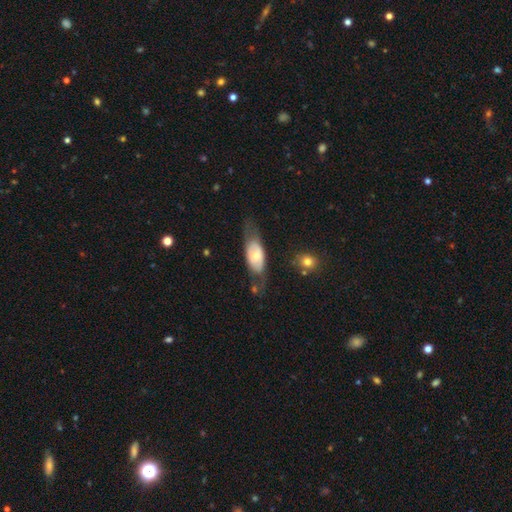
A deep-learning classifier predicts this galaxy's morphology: Smooth or featured?
  - smooth: 47% * (tied)
  - featured or disk: 47% * (tied)
  - star or artifact: 6%
Merging?
  - none: 50% *
  - minor disturbance: 26%
  - major disturbance: 20%
  - merger: 4%